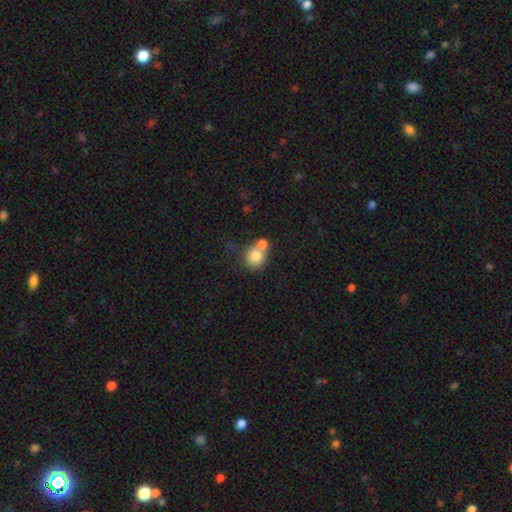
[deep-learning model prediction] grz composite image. It shows a smooth galaxy with no disk features (79%) that is round (82%). Merging: merger (49%).